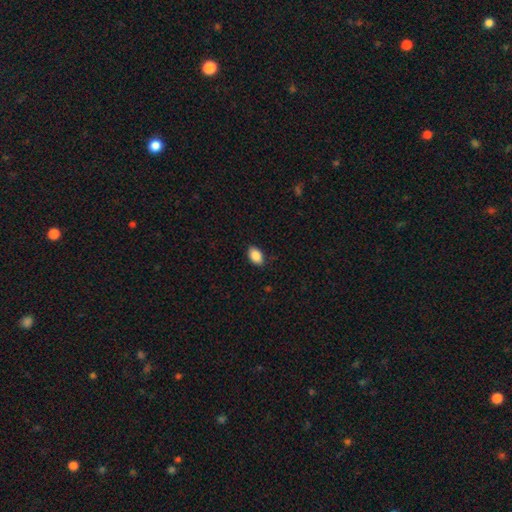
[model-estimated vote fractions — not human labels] The model was most divided on "merging": none: 85%, minor disturbance: 12%, major disturbance: 2%, merger: 1%. More confident: how rounded — in between (89%); smooth or featured — smooth (89%).